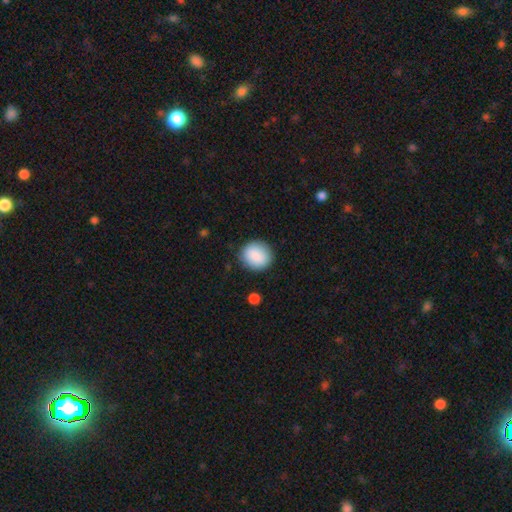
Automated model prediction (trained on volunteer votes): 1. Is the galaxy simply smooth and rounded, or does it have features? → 88% smooth, 7% star or artifact, 5% featured or disk.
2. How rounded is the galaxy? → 82% round, 17% in between, 1% cigar-shaped.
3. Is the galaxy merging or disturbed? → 87% none, 9% minor disturbance, 3% major disturbance, 1% merger.